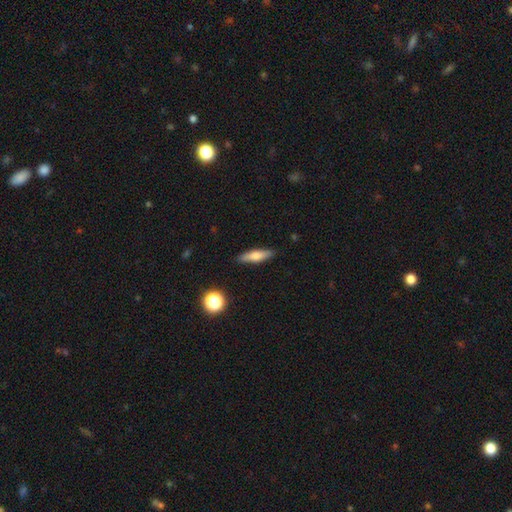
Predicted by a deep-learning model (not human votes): Smooth or featured?
  - smooth: 63% *
  - featured or disk: 30%
  - star or artifact: 7%
How rounded?
  - cigar-shaped: 68% *
  - in between: 29%
  - round: 3%
Merging?
  - none: 88% *
  - minor disturbance: 9%
  - major disturbance: 2%
  - merger: 1%